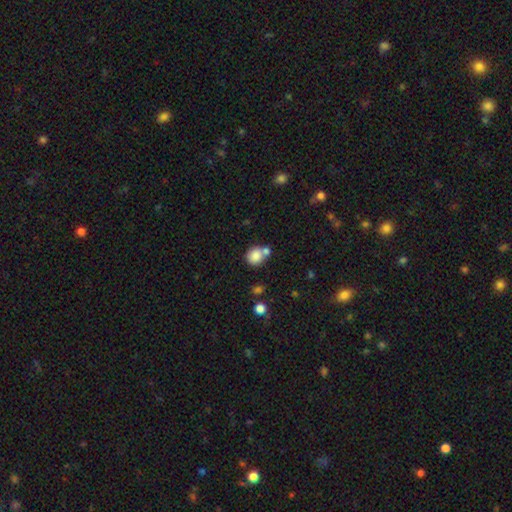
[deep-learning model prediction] A smooth galaxy with no disk features (83%) that is round (77%).

Vote fractions:
- Smooth or featured? smooth: 83% / star or artifact: 9% / featured or disk: 8%
- How rounded? round: 77% / in between: 22% / cigar-shaped: 1%
- Merging? none: 48% / merger: 36% / minor disturbance: 11% / major disturbance: 4%